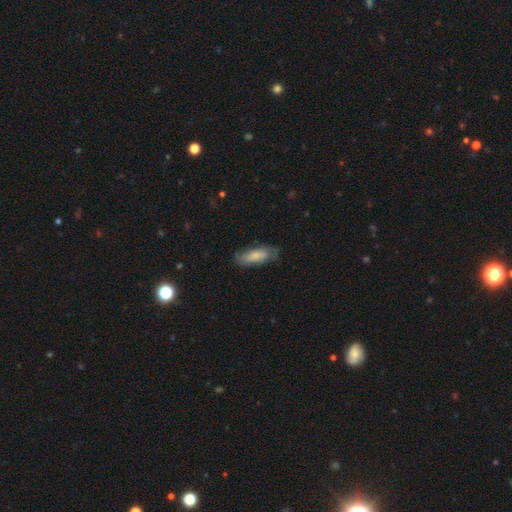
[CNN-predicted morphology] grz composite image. It shows a smooth galaxy with no disk features (70%) that is in between round and cigar-shaped (64%). Merging: none (72%).